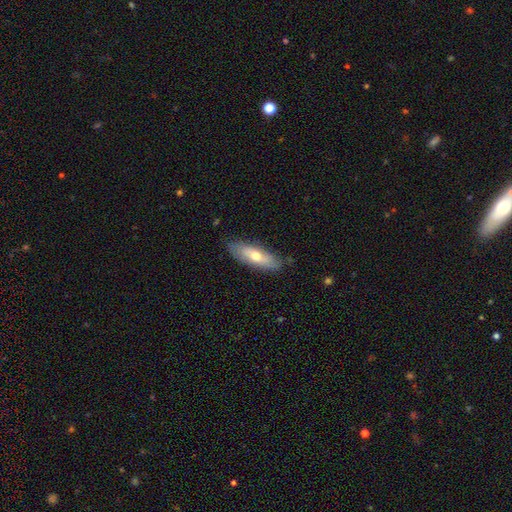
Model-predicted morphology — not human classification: This is possibly a smooth galaxy (56%). How rounded: possibly in between (55%). Merging: clearly none (81%).